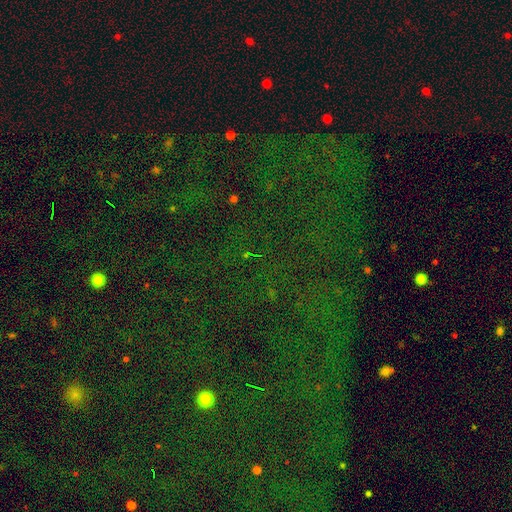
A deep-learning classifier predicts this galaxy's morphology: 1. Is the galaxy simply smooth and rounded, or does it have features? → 78% star or artifact, 14% smooth, 8% featured or disk.